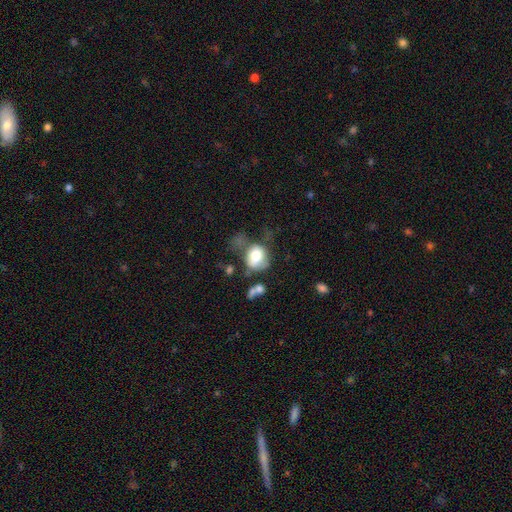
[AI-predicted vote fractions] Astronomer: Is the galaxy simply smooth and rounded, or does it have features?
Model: smooth — 71%.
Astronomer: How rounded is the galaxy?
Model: round — 52% (runner-up: in between, 47%).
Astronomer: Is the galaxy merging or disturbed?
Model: major disturbance — 32% (runner-up: none, 28%).